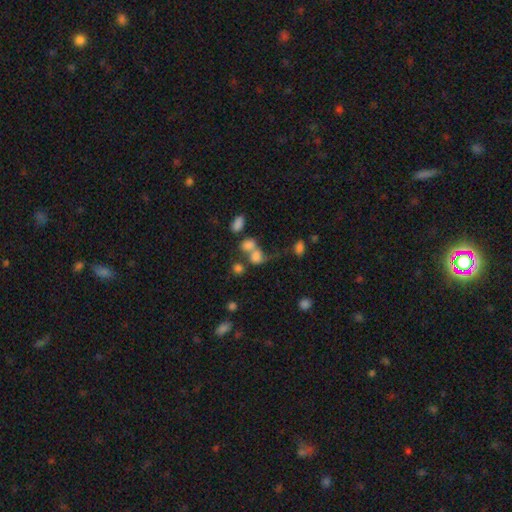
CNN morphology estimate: Overall: smooth (70%). How rounded: round (53%; in between 45%). Merging: merger (49%; none 27%).